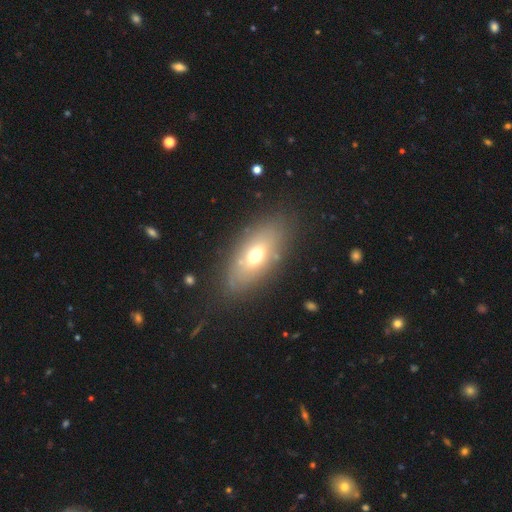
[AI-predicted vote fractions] A smooth galaxy with no disk features (60%) that is in between round and cigar-shaped (83%).

Vote fractions:
- Smooth or featured? smooth: 60% / featured or disk: 28% / star or artifact: 11%
- How rounded? in between: 83% / cigar-shaped: 9% / round: 8%
- Merging? none: 80% / minor disturbance: 12% / major disturbance: 6% / merger: 3%